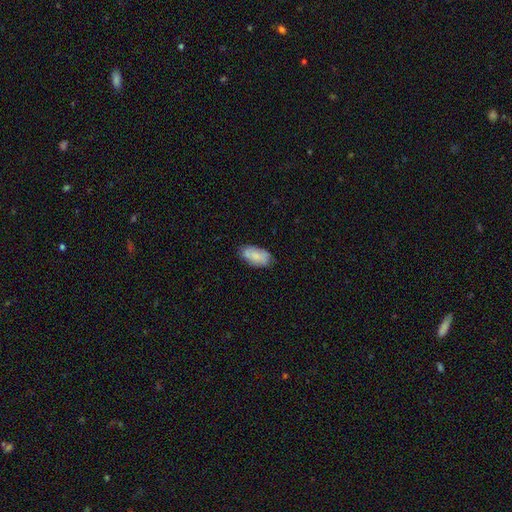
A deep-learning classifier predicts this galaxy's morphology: smooth-or-featured: smooth: 72% | featured or disk: 22% | star or artifact: 7%
  how-rounded: in between: 94% | round: 4% | cigar-shaped: 3%
  merging: none: 73% | minor disturbance: 21% | major disturbance: 4% | merger: 2%